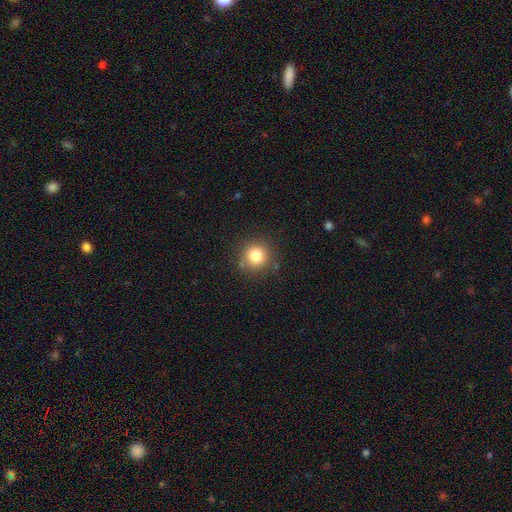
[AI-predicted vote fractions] A smooth galaxy with no disk features (81%) that is round (92%). Merging: none (84%).